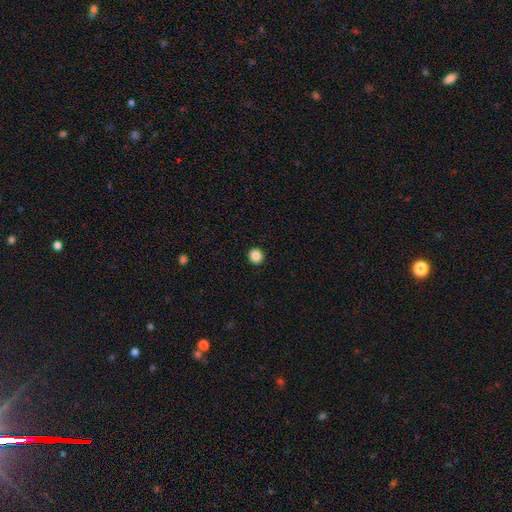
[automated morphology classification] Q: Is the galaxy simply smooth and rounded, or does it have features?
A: smooth — 87%.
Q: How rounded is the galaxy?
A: round — 92%.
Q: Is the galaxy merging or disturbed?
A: none — 93%.